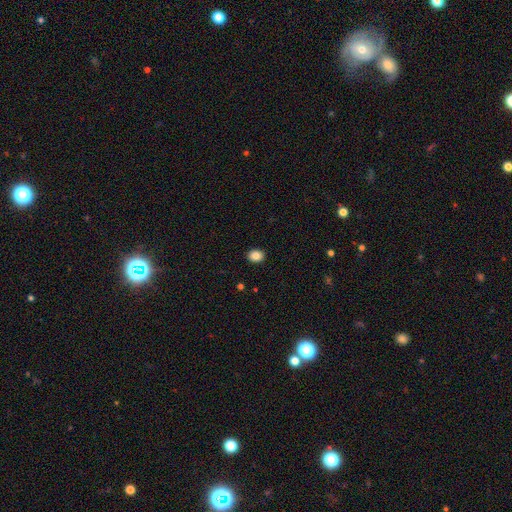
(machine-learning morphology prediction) smooth_or_featured: smooth (p=0.86) [alt: star or artifact p=0.09]
how_rounded: in between (p=0.50) [alt: round p=0.49]
merging: none (p=0.91) [alt: minor disturbance p=0.06]